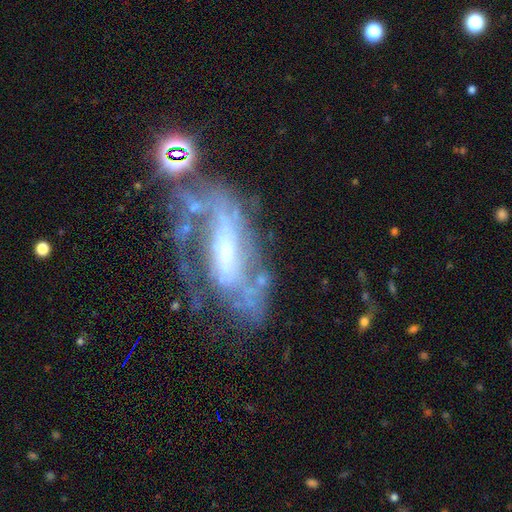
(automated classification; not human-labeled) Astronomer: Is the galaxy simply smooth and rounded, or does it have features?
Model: featured or disk — 79%.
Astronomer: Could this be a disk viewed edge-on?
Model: no — 87%.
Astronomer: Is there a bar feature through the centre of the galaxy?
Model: strong — 38% (runner-up: weak, 34%).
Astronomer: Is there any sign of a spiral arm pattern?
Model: yes — 82%.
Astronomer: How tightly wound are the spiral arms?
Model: tight — 40%, tied with medium at 40%.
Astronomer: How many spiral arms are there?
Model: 2 — 48% (runner-up: can't tell, 34%).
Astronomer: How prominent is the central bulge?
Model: moderate — 37% (runner-up: small, 33%).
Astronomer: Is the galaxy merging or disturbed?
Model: none — 50%.